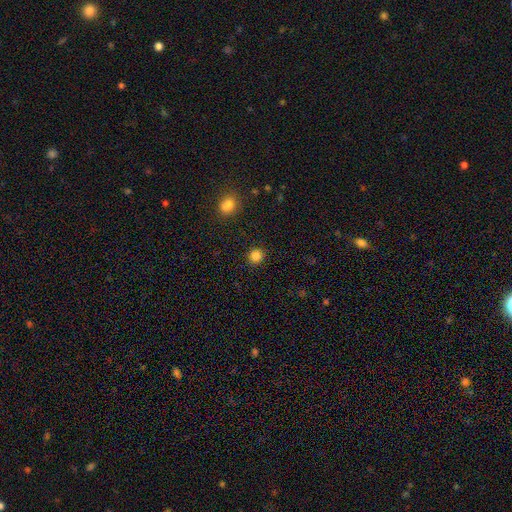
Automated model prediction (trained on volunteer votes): Q: Smooth or featured?
A: smooth (84%); runner-up: star or artifact (12%)
Q: How rounded?
A: round (90%); runner-up: in between (9%)
Q: Merging?
A: none (90%); runner-up: minor disturbance (6%)